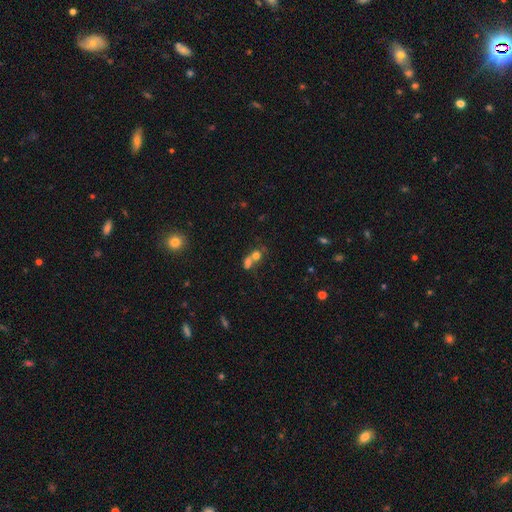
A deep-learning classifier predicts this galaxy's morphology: smooth_or_featured: smooth (p=0.64) [alt: featured or disk p=0.20]
how_rounded: round (p=0.62) [alt: in between p=0.35]
merging: merger (p=0.63) [alt: none p=0.25]